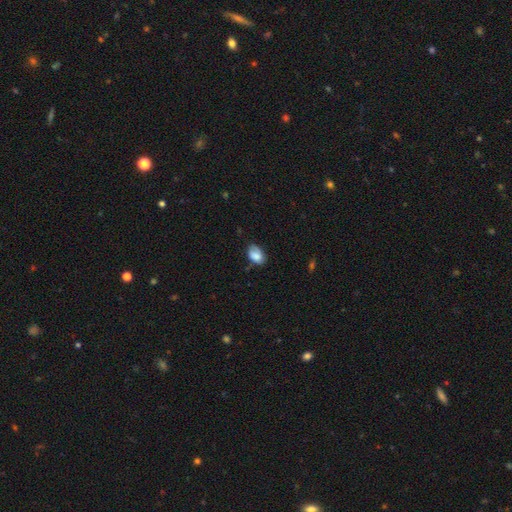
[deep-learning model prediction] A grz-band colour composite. It shows a smooth galaxy with no disk features (76%) that is in between round and cigar-shaped (86%). Merging: none (54%).